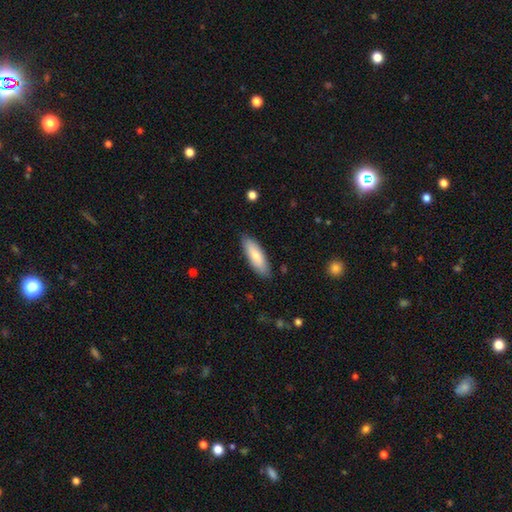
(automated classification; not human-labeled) Smooth or featured: smooth — 79% (featured or disk — 16%)
How rounded: in between — 57% (cigar-shaped — 42%)
Merging: none — 85% (minor disturbance — 11%)